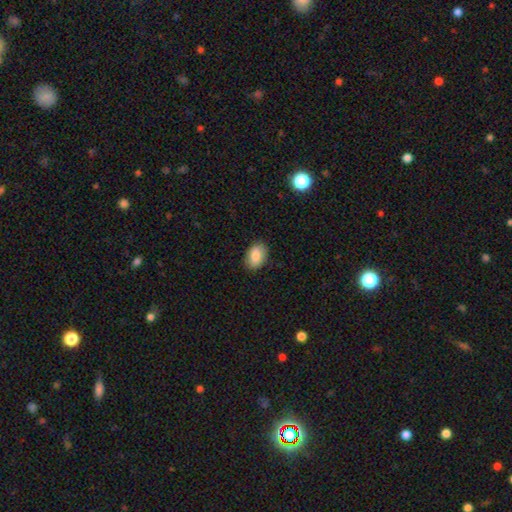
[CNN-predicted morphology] Overall: smooth (86%). How rounded: in between (88%). Merging: none (87%).